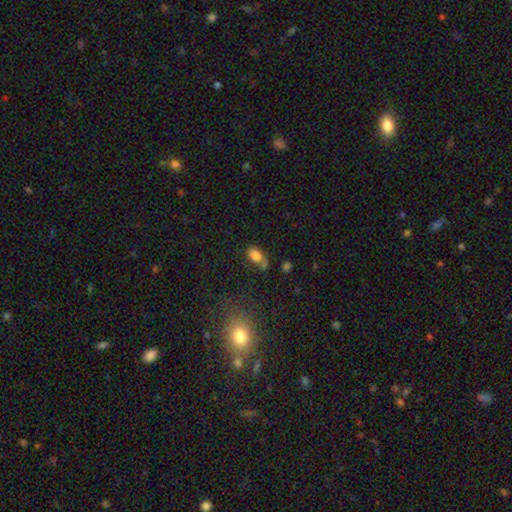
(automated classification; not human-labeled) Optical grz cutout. It shows a smooth galaxy with no disk features (80%) that is in between round and cigar-shaped (85%). Merging: none (47%).